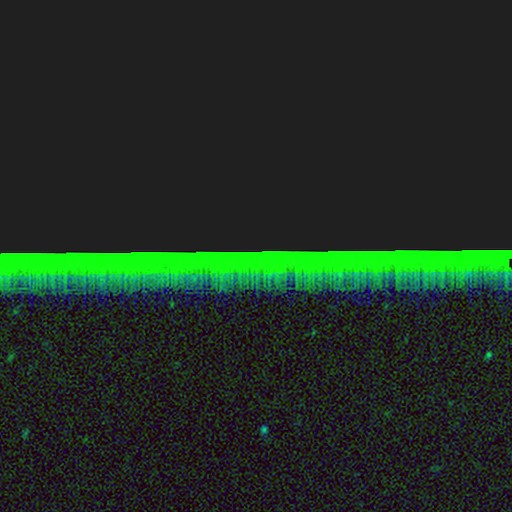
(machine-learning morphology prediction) type=star or artifact (88%).